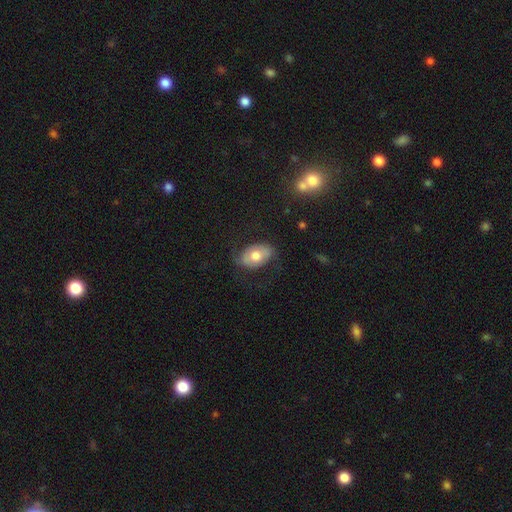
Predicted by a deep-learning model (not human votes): This appears to be a smooth galaxy with no disk features (54%) that is in between round and cigar-shaped (85%). Merging: none (66%).